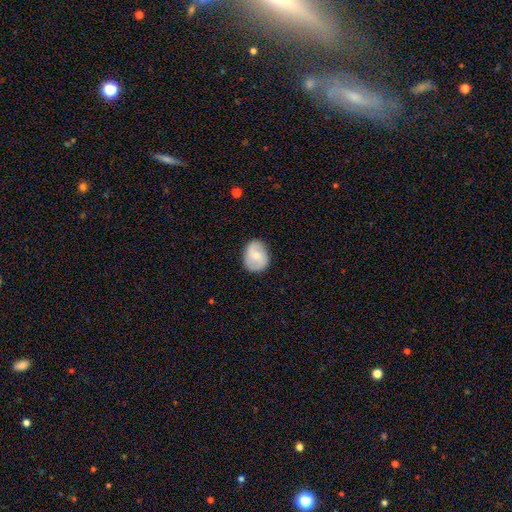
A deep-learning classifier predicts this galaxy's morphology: The model was most divided on "bar": no: 48%, weak: 42%, strong: 9%. More confident: edge-on disk — no (97%); spiral arms — yes (87%); merging — none (80%); bulge size — small (53%); smooth or featured — featured or disk (52%).